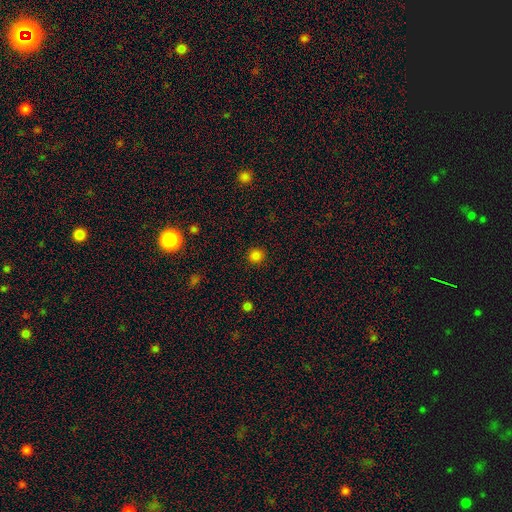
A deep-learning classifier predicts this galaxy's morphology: smooth 83%, star or artifact 14%, featured or disk 3%. Down the decision tree: how rounded — round (91%); merging — none (91%).